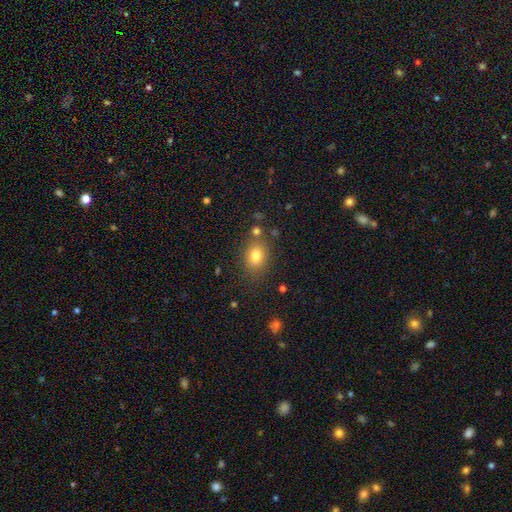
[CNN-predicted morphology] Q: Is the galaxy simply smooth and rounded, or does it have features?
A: smooth — 80%.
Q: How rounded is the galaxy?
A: in between — 67%.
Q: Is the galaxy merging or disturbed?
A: none — 76%.